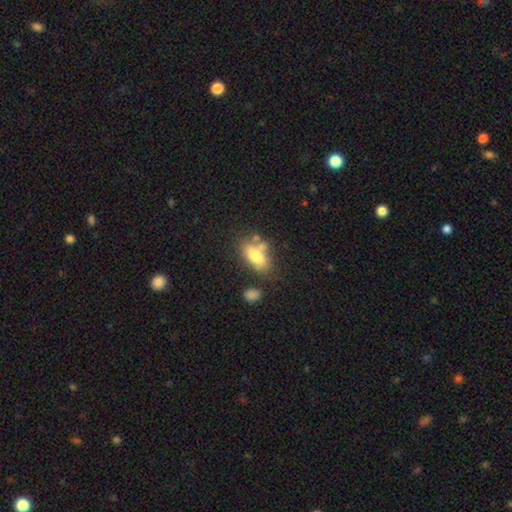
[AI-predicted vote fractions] A smooth galaxy with no disk features (72%) that is in between round and cigar-shaped (84%). Merging: none (53%).